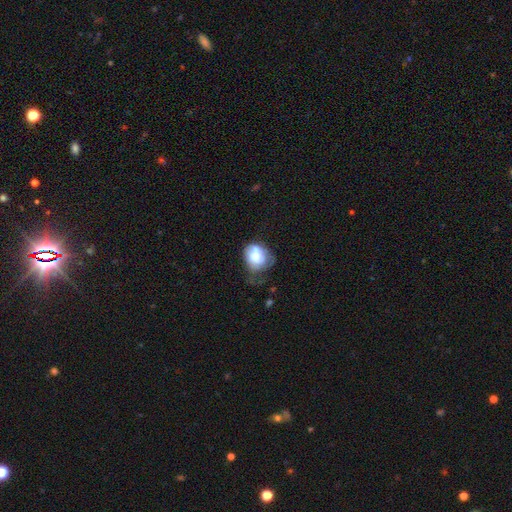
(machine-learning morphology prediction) A smooth galaxy with no disk features (58%) that is round (56%).

Vote fractions:
- Smooth or featured? smooth: 58% / featured or disk: 33% / star or artifact: 9%
- How rounded? round: 56% / in between: 43% / cigar-shaped: 1%
- Merging? merger: 36% / none: 26% / minor disturbance: 21% / major disturbance: 17%